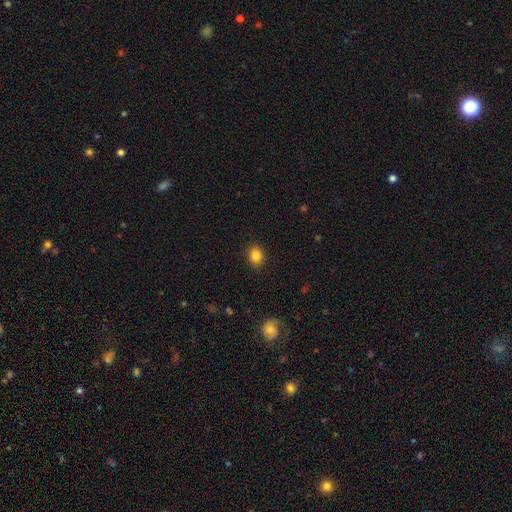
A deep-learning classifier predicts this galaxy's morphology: smooth_or_featured: smooth (p=0.85) [alt: star or artifact p=0.10]
how_rounded: in between (p=0.52) [alt: round p=0.47]
merging: none (p=0.89) [alt: minor disturbance p=0.08]